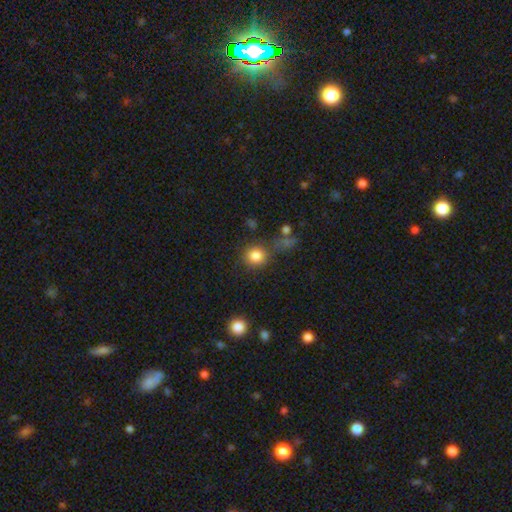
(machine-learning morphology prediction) Smooth or featured?
  - smooth: 83% *
  - star or artifact: 11%
  - featured or disk: 6%
How rounded?
  - round: 89% *
  - in between: 10%
  - cigar-shaped: 1%
Merging?
  - none: 70% *
  - minor disturbance: 13%
  - merger: 10%
  - major disturbance: 7%